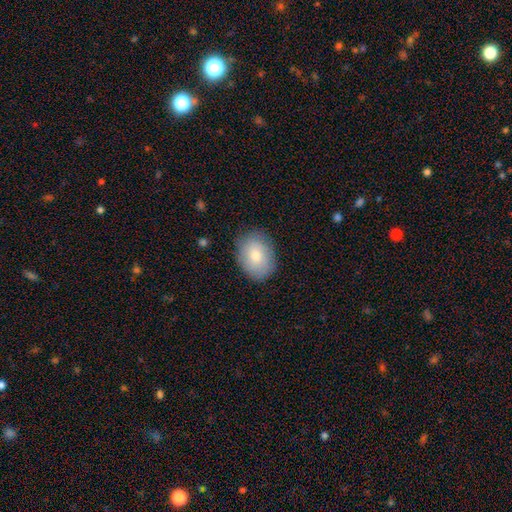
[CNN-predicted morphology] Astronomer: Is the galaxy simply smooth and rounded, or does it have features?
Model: smooth — 78%.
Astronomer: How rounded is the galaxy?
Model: in between — 71%.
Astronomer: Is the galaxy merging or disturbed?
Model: none — 83%.